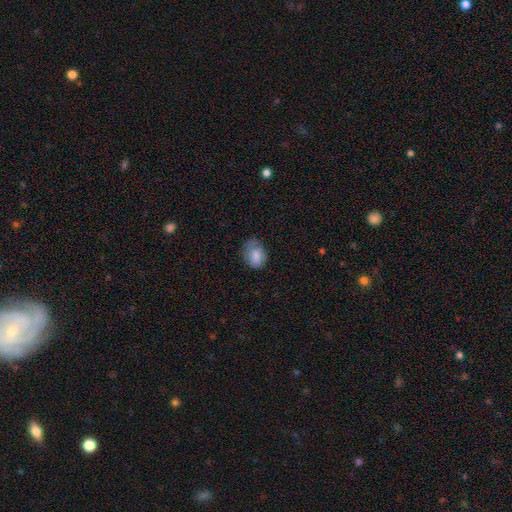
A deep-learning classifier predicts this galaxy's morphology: smooth_or_featured: smooth (p=0.80) [alt: featured or disk p=0.12]
how_rounded: in between (p=0.72) [alt: round p=0.27]
merging: none (p=0.52) [alt: minor disturbance p=0.34]